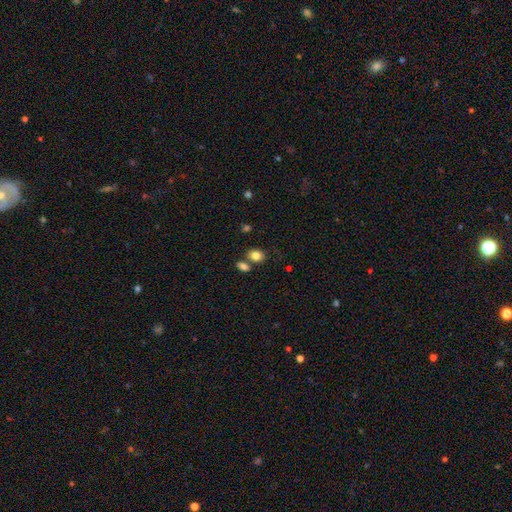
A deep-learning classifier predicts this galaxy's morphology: smooth-or-featured: smooth: 83% | star or artifact: 10% | featured or disk: 7%
  how-rounded: in between: 59% | round: 40% | cigar-shaped: 1%
  merging: none: 63% | merger: 21% | minor disturbance: 12% | major disturbance: 4%